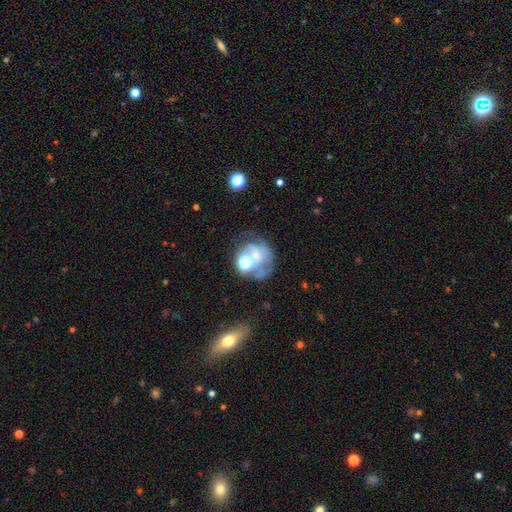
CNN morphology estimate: This appears to be a featured or disk galaxy (41%). Merging: none (34%).